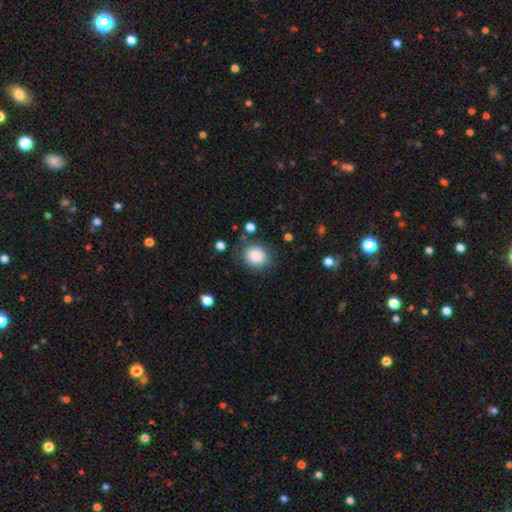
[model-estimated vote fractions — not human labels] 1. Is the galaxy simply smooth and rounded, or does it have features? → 87% smooth, 9% star or artifact, 5% featured or disk.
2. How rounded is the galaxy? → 70% round, 29% in between, 1% cigar-shaped.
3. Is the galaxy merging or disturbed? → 80% none, 13% minor disturbance, 5% major disturbance, 3% merger.